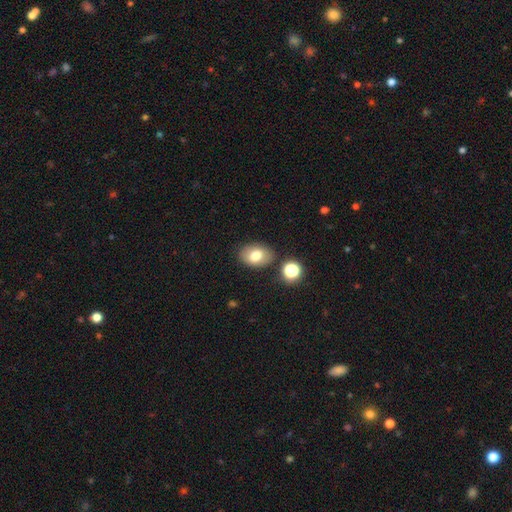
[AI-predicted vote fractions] Morphology: type=smooth (77%); roundness=in between (79%); merging=none (82%).